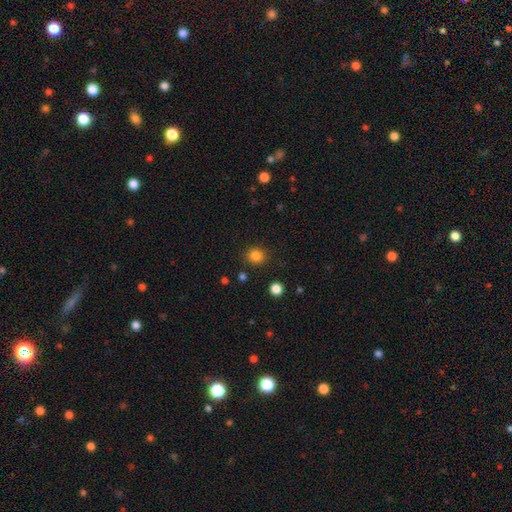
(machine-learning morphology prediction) A smooth galaxy with no disk features (84%) that is round (81%).

Vote fractions:
- Smooth or featured? smooth: 84% / star or artifact: 12% / featured or disk: 4%
- How rounded? round: 81% / in between: 18% / cigar-shaped: 1%
- Merging? none: 87% / minor disturbance: 8% / major disturbance: 3% / merger: 2%